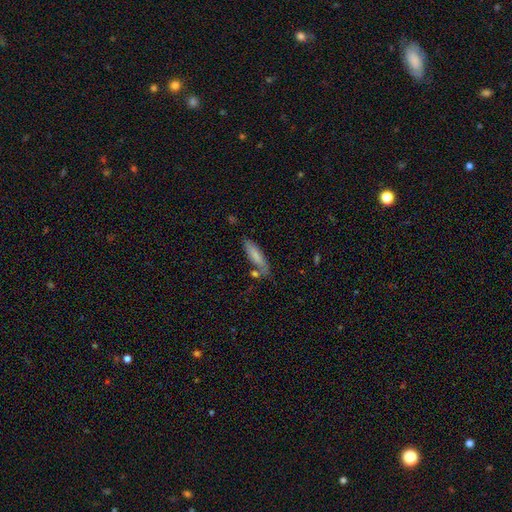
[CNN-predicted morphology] Smooth or featured? Predicted: smooth (p=0.73). How rounded? Predicted: cigar-shaped (p=0.63). Merging? Predicted: none (p=0.68).